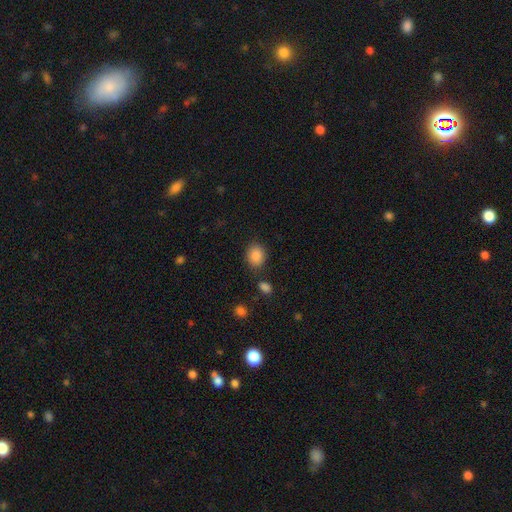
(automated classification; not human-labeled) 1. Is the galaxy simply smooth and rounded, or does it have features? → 88% smooth, 9% star or artifact, 4% featured or disk.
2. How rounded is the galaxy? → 56% round, 44% in between, 1% cigar-shaped.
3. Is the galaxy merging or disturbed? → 79% none, 12% minor disturbance, 5% merger, 4% major disturbance.